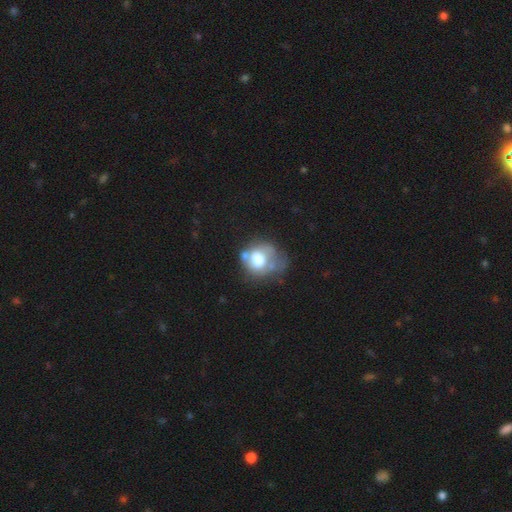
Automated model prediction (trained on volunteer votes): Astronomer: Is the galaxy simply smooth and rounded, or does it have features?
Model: smooth — 59%.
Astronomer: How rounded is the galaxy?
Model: round — 64%.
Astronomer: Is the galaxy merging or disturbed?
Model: none — 30% (runner-up: minor disturbance, 24%).